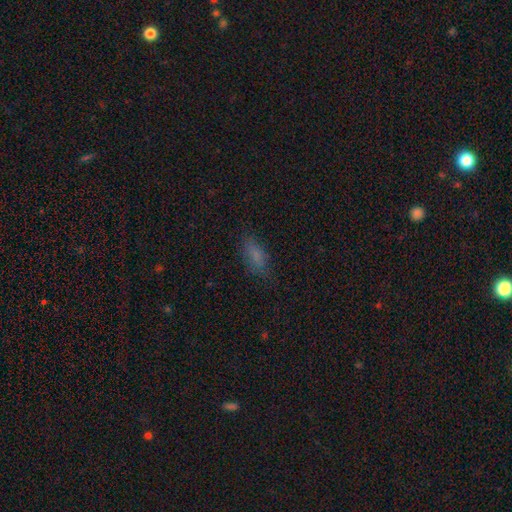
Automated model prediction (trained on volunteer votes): Morphology: type=smooth (78%); roundness=in between (78%); merging=none (75%).